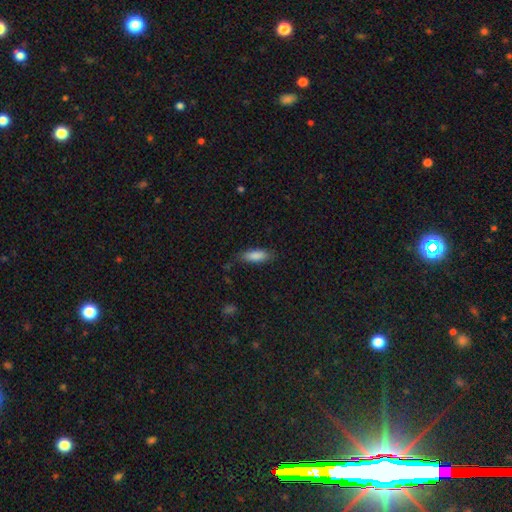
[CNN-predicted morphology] Smooth or featured: smooth — 86% (featured or disk — 7%)
How rounded: in between — 64% (cigar-shaped — 35%)
Merging: none — 77% (minor disturbance — 17%)